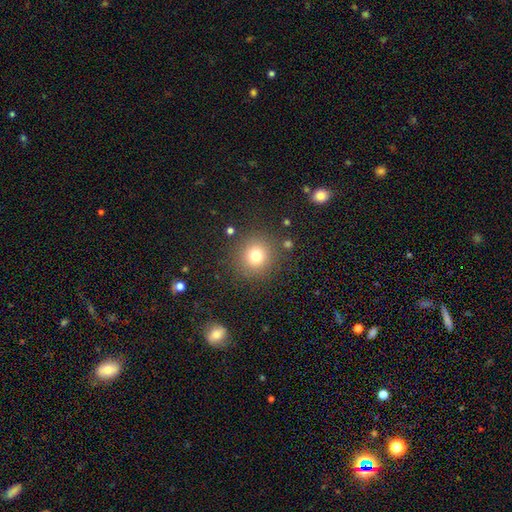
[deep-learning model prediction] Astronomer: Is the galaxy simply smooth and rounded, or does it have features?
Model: smooth — 76%.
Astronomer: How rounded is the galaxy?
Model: round — 93%.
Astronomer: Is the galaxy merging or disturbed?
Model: none — 87%.